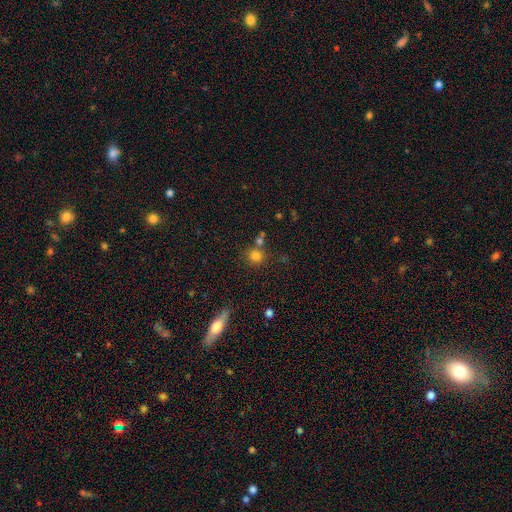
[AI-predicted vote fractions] Q: Smooth or featured?
A: smooth (79%); runner-up: star or artifact (14%)
Q: How rounded?
A: round (86%); runner-up: in between (13%)
Q: Merging?
A: none (65%); runner-up: merger (21%)